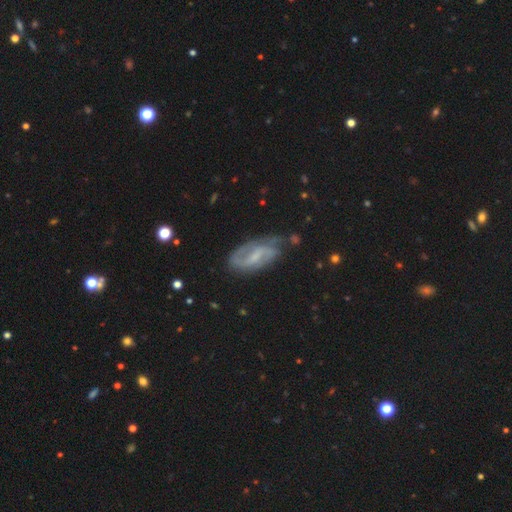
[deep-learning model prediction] smooth-or-featured: featured or disk: 74% | smooth: 19% | star or artifact: 7%
  disk-edge-on: no: 94% | yes: 6%
    bar: weak: 52% | no: 25% | strong: 22%
    has-spiral-arms: yes: 89% | no: 11%
      spiral-winding: medium: 45% | loose: 29% | tight: 27%
      spiral-arm-count: 2: 72% | can't tell: 14% | 1: 8% | 3: 3% | 4: 1% | more than 4: 1%
    bulge-size: small: 47% | moderate: 25% | none: 25% | large: 2% | dominant: 1%
  merging: none: 61% | minor disturbance: 26% | major disturbance: 11% | merger: 3%